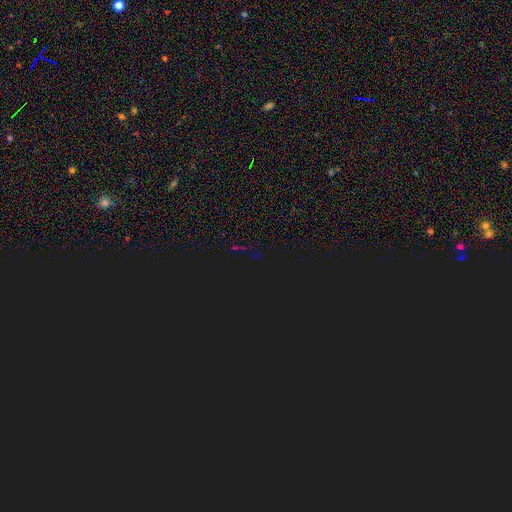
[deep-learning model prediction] star or artifact 79%, smooth 14%, featured or disk 7%.